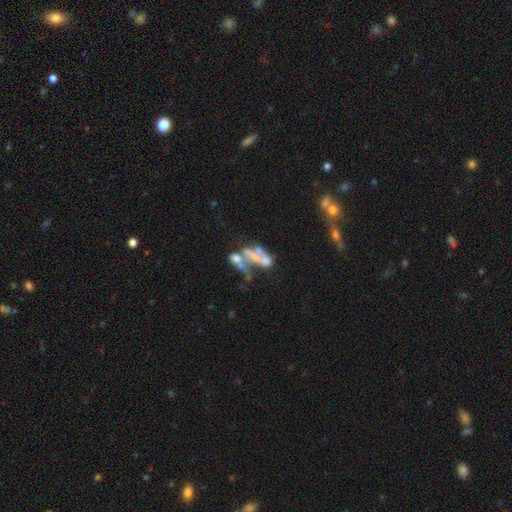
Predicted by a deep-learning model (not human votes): smooth_or_featured: featured or disk (p=0.59) [alt: smooth p=0.26]
disk_edge_on: no (p=0.94) [alt: yes p=0.06]
bar: no (p=0.83) [alt: weak p=0.09]
has_spiral_arms: no (p=0.88) [alt: yes p=0.12]
bulge_size: none (p=0.68) [alt: small p=0.15]
merging: merger (p=0.51) [alt: major disturbance p=0.26]